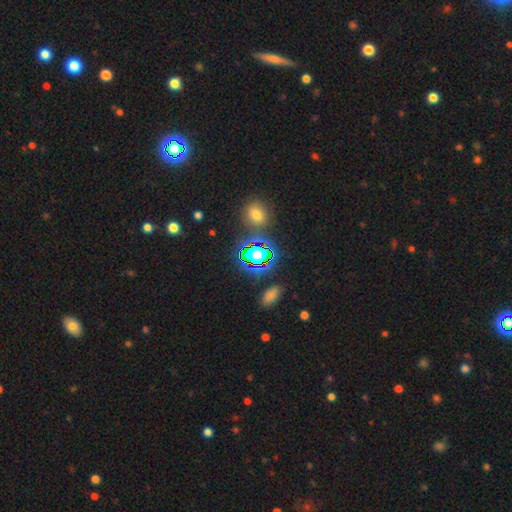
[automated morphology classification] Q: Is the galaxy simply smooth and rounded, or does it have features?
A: star or artifact — 59%.